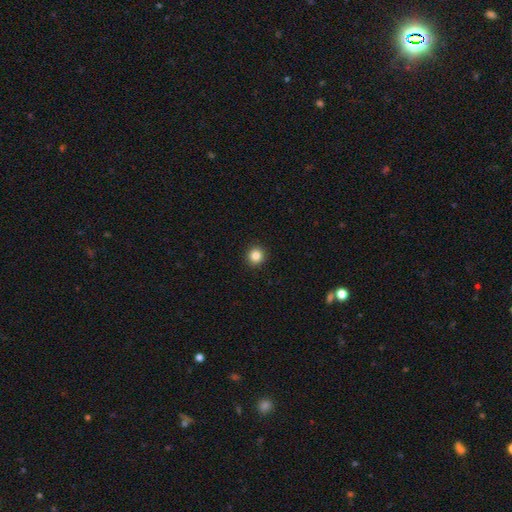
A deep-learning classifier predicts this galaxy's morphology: The model was most divided on "smooth or featured": smooth: 84%, star or artifact: 11%, featured or disk: 5%. More confident: how rounded — round (94%); merging — none (93%).